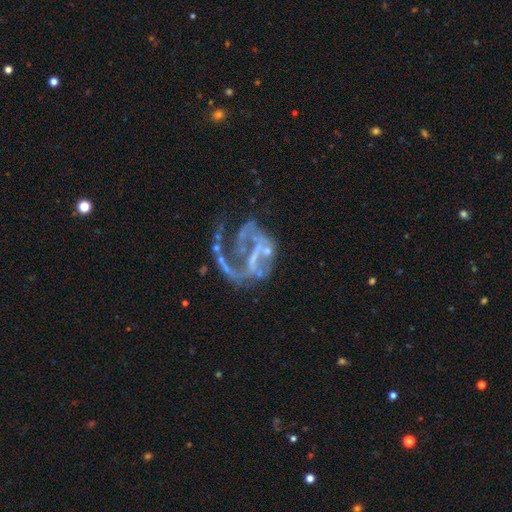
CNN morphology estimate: This appears to be a featured or disk galaxy (79%) with no bar (56%), spiral arms (55%) and no central bulge (62%). Merging: major disturbance (52%).